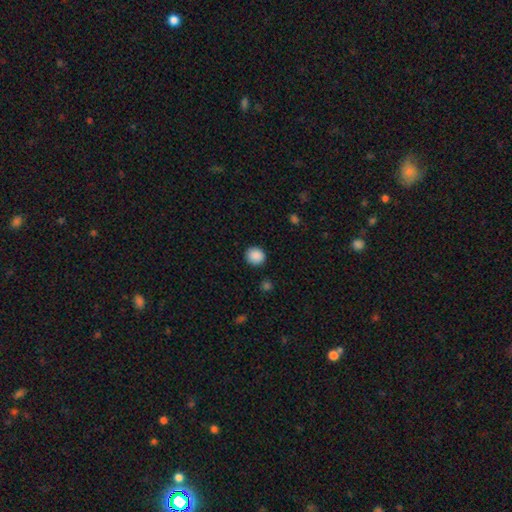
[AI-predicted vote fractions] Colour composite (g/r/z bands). It shows a smooth galaxy with no disk features (89%) that is round (83%). Merging: none (89%).